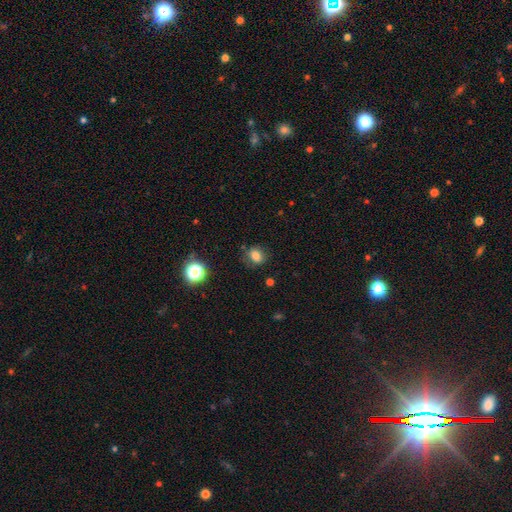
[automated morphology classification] Smooth or featured?
  - smooth: 79% *
  - star or artifact: 13%
  - featured or disk: 7%
How rounded?
  - round: 58% *
  - in between: 41%
  - cigar-shaped: 1%
Merging?
  - none: 78% *
  - minor disturbance: 15%
  - major disturbance: 5%
  - merger: 2%